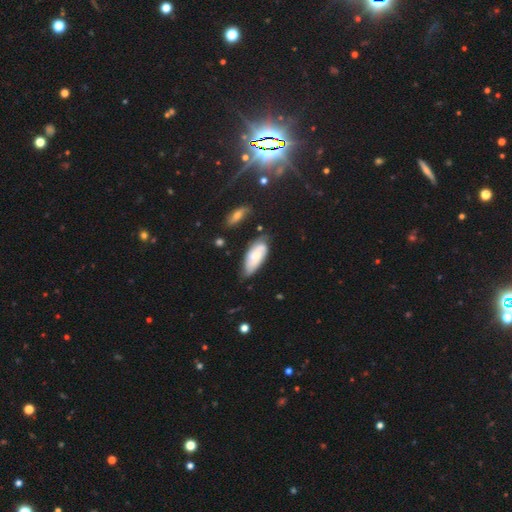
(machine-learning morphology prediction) Smooth or featured? smooth (53%)
How rounded? in between (80%)
Merging? none (57%)